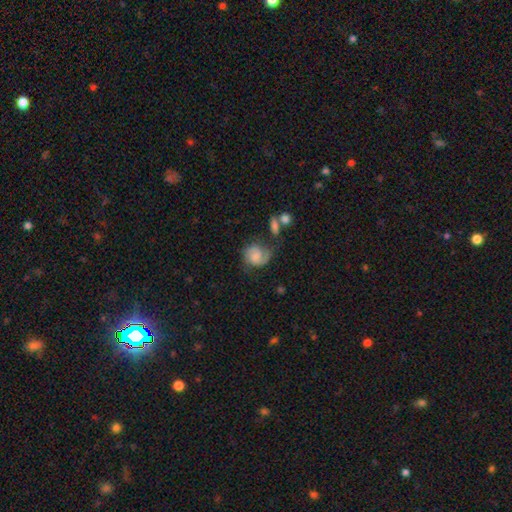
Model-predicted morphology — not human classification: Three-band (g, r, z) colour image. It shows a featured or disk galaxy (56%) with no bar (62%), spiral arms (90%) and no central bulge (38%). Merging: none (51%).